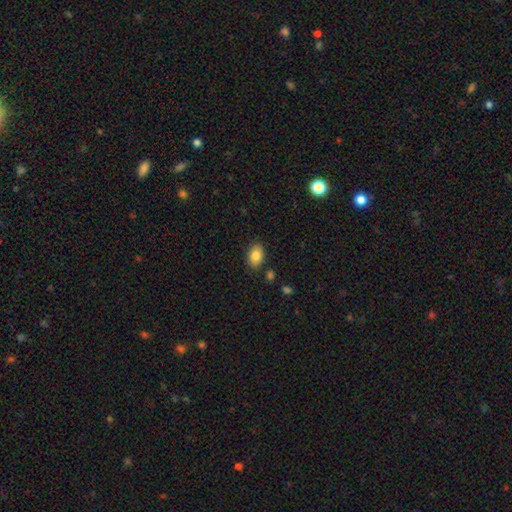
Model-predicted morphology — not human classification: The model was most divided on "how rounded": in between: 82%, round: 17%, cigar-shaped: 1%. More confident: smooth or featured — smooth (85%); merging — none (83%).